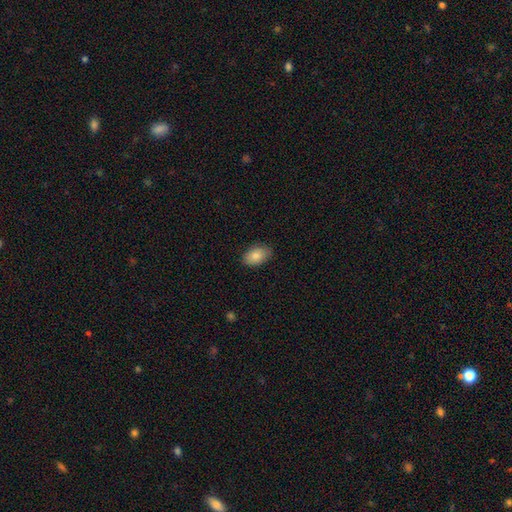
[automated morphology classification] Smooth or featured?
  - smooth: 86% *
  - featured or disk: 7%
  - star or artifact: 7%
How rounded?
  - in between: 91% *
  - round: 8%
  - cigar-shaped: 1%
Merging?
  - none: 86% *
  - minor disturbance: 11%
  - major disturbance: 2%
  - merger: 1%